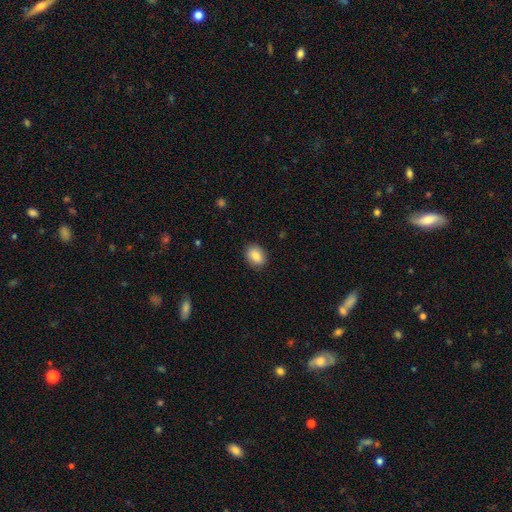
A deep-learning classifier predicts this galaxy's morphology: smooth_or_featured: smooth (p=0.87) [alt: star or artifact p=0.07]
how_rounded: in between (p=0.74) [alt: round p=0.25]
merging: none (p=0.87) [alt: minor disturbance p=0.10]